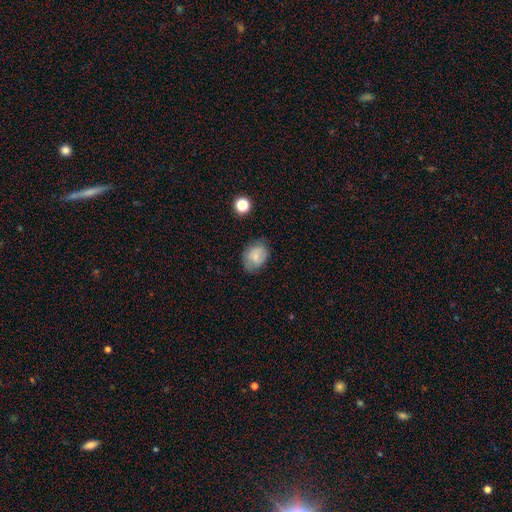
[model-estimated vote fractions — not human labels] This appears to be a smooth galaxy with no disk features (72%) that is in between round and cigar-shaped (69%). Merging: none (66%).